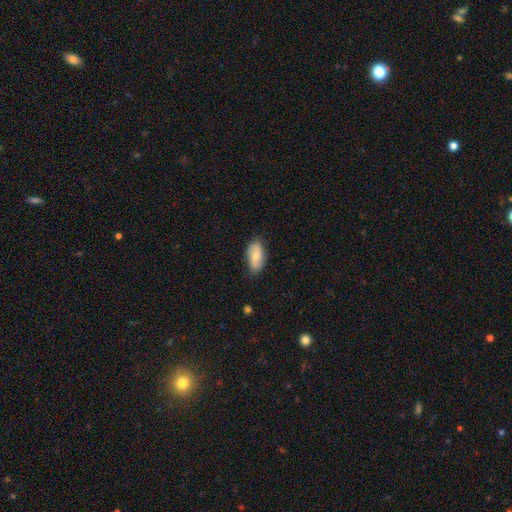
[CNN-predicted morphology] Smooth or featured? Predicted: smooth (p=0.74). How rounded? Predicted: in between (p=0.92). Merging? Predicted: none (p=0.78).